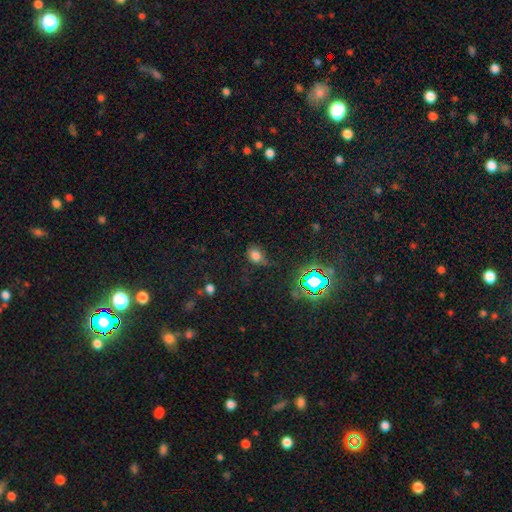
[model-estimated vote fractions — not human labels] Overall: smooth (70%). How rounded: in between (51%; round 47%). Merging: none (59%; minor disturbance 27%).